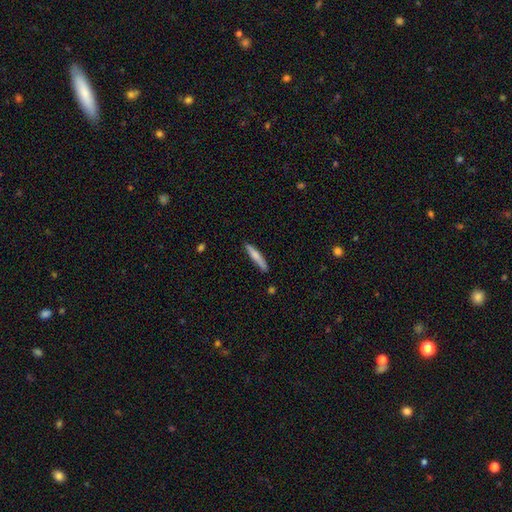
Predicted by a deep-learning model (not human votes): This appears to be a smooth galaxy with no disk features (72%) that is cigar-shaped (92%). Merging: none (83%).